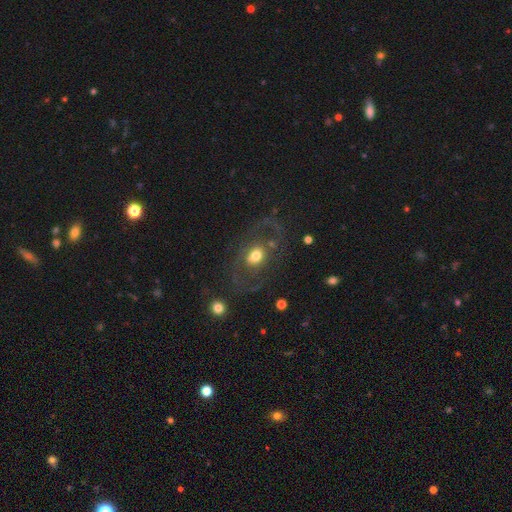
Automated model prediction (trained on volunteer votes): Smooth or featured? featured or disk (52%)
Edge-on disk? no (94%)
Merging? none (60%)